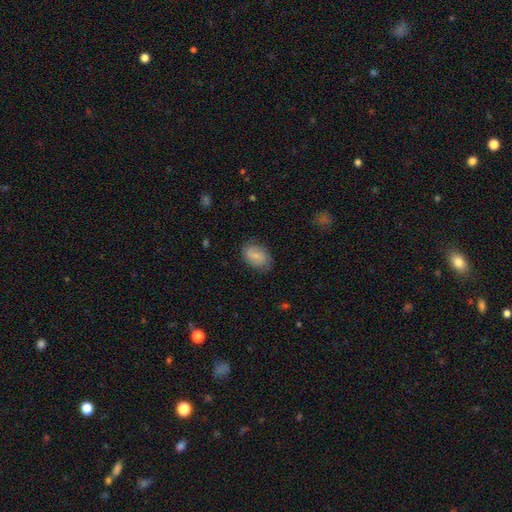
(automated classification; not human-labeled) A smooth galaxy with no disk features (71%) that is in between round and cigar-shaped (84%). Merging: none (77%).